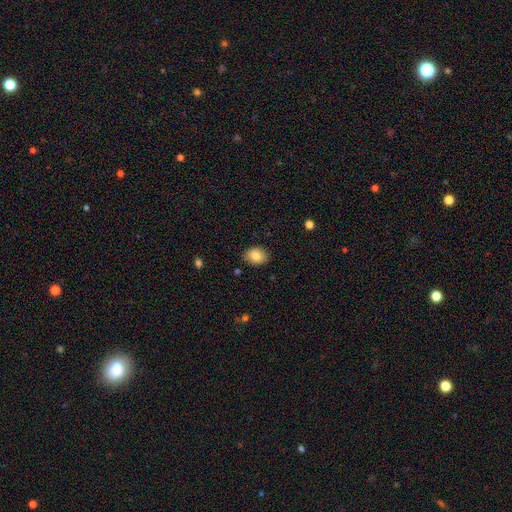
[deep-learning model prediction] This appears to be a smooth galaxy with no disk features (83%) that is in between round and cigar-shaped (66%). Merging: none (85%).